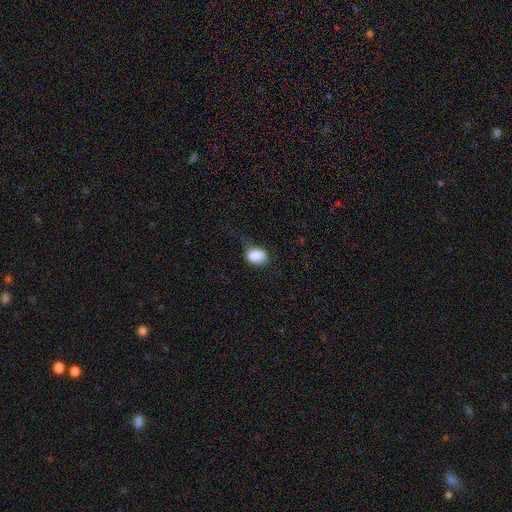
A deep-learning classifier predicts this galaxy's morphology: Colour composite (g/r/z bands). It shows a smooth galaxy with no disk features (86%) that is in between round and cigar-shaped (71%). Merging: none (46%).